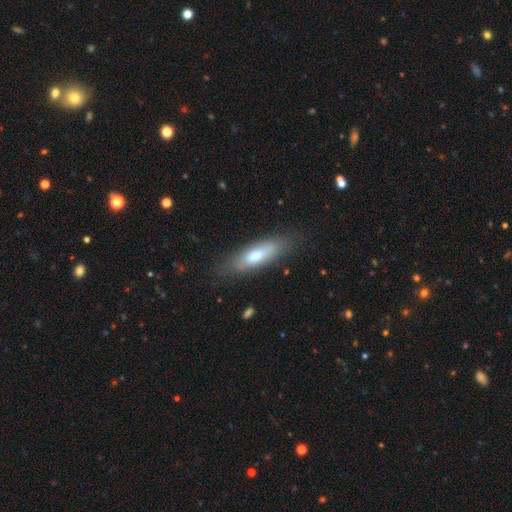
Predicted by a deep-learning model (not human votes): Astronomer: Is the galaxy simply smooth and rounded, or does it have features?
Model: smooth — 66%.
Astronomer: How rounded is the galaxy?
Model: in between — 51% (runner-up: cigar-shaped, 47%).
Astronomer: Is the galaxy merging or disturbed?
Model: none — 78%.